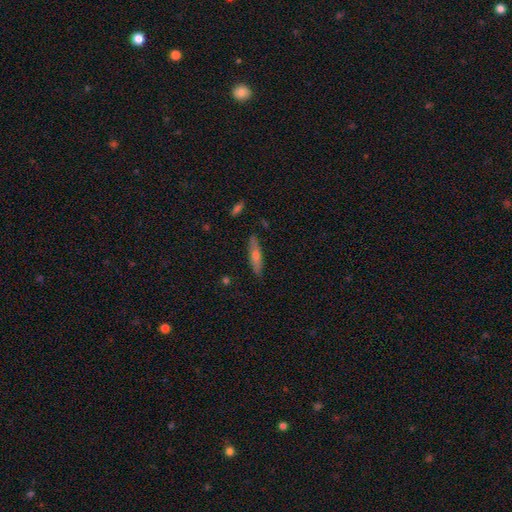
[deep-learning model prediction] smooth 48%, featured or disk 44%, star or artifact 8%. Down the decision tree: merging — none (86%).